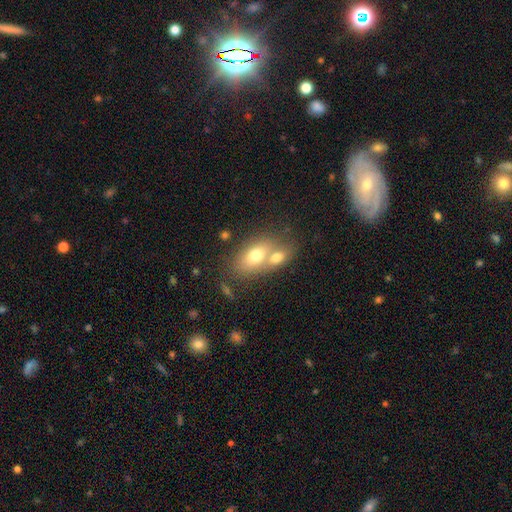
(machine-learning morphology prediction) smooth-or-featured: smooth: 71% | featured or disk: 21% | star or artifact: 8%
  how-rounded: in between: 85% | round: 12% | cigar-shaped: 3%
  merging: merger: 54% | none: 33% | minor disturbance: 9% | major disturbance: 4%